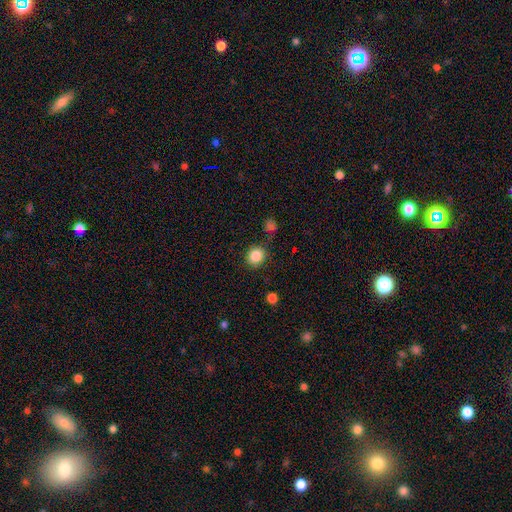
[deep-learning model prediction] smooth_or_featured: smooth (p=0.86) [alt: star or artifact p=0.10]
how_rounded: round (p=0.83) [alt: in between p=0.16]
merging: none (p=0.83) [alt: minor disturbance p=0.10]